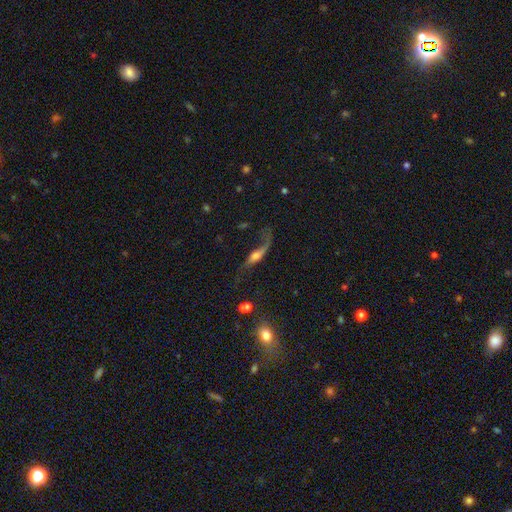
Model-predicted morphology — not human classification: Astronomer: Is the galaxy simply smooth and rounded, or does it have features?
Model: featured or disk — 67%.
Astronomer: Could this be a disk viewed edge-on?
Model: no — 68%.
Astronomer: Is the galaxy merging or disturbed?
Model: none — 38% (runner-up: major disturbance, 36%).